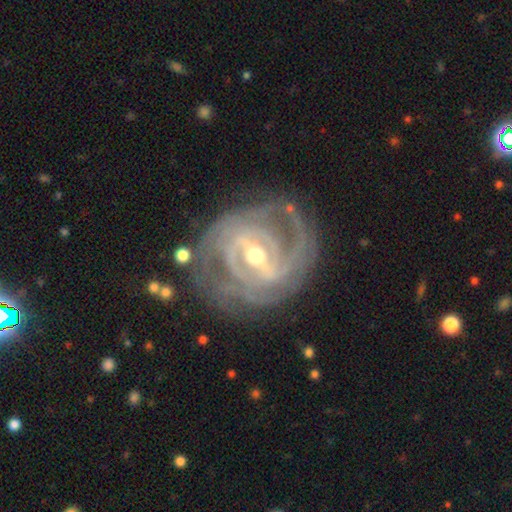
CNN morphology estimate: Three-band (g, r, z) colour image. It shows a featured or disk galaxy (91%) with a strong bar (57%), 2 (30%) tight (68%) spiral arms (95%) and a moderate central bulge (56%). Merging: none (73%).